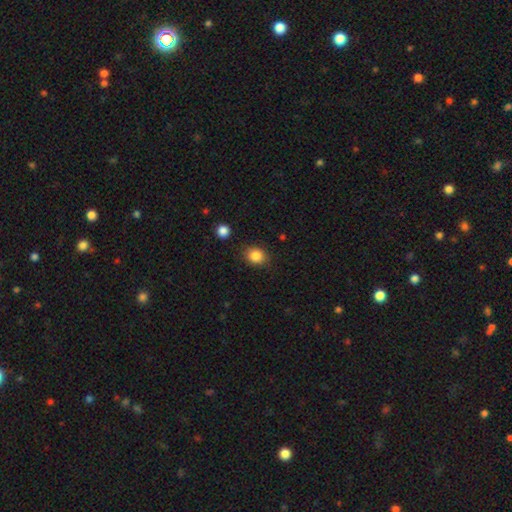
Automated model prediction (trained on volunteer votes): Overall: smooth (85%). How rounded: round (58%; in between 41%). Merging: none (83%).